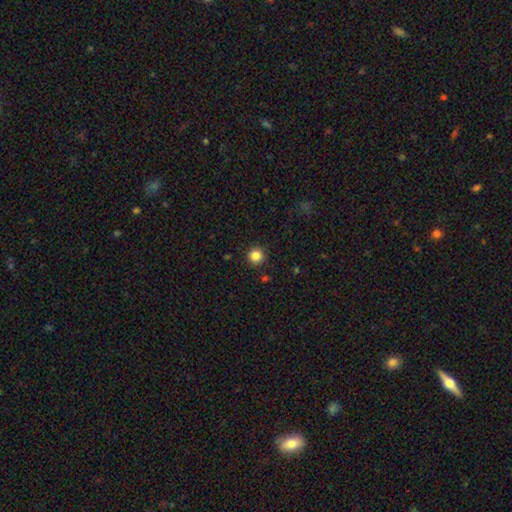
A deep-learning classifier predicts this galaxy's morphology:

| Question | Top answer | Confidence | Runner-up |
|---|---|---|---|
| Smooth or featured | smooth | 84% | star or artifact (11%) |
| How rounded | round | 95% | in between (4%) |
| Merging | none | 92% | minor disturbance (5%) |